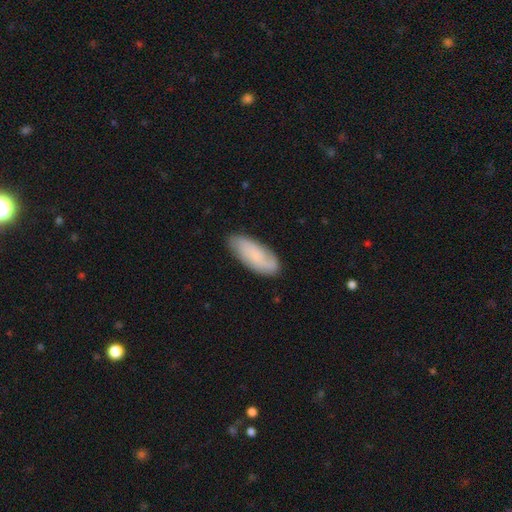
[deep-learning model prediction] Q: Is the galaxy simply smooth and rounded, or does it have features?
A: smooth — 61%.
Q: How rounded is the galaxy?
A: in between — 78%.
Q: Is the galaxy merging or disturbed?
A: none — 78%.